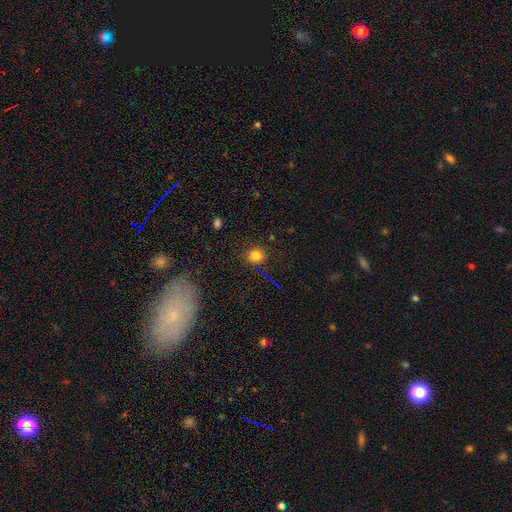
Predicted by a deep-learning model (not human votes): smooth-or-featured: smooth: 79% | star or artifact: 15% | featured or disk: 6%
  how-rounded: round: 85% | in between: 14% | cigar-shaped: 1%
  merging: none: 88% | minor disturbance: 8% | major disturbance: 3% | merger: 2%